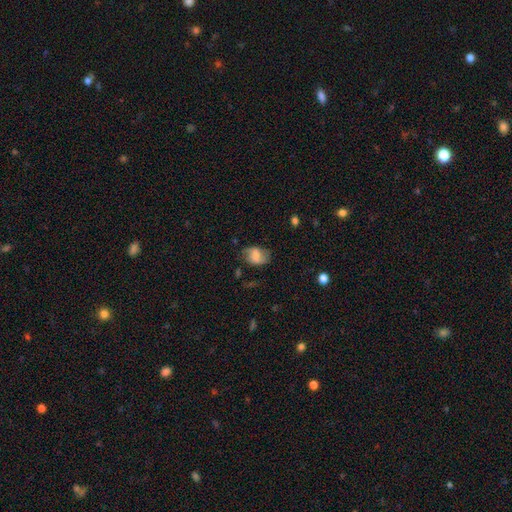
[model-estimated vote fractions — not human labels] smooth-or-featured: smooth: 58% | featured or disk: 32% | star or artifact: 9%
  how-rounded: in between: 74% | round: 25% | cigar-shaped: 1%
  merging: none: 55% | minor disturbance: 28% | major disturbance: 14% | merger: 3%